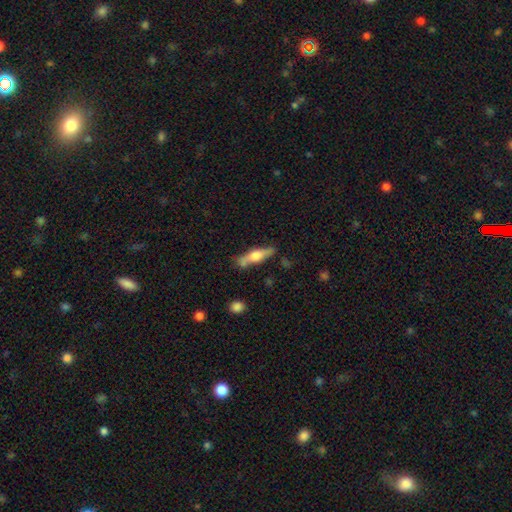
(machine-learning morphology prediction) Smooth or featured? Predicted: featured or disk (p=0.52). Edge-on disk? Predicted: yes (p=0.92). Merging? Predicted: none (p=0.73).